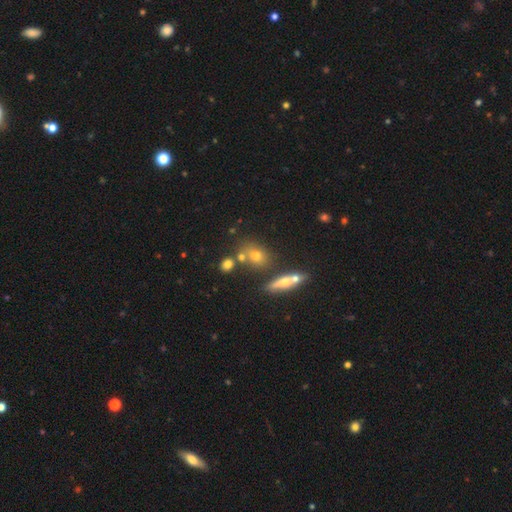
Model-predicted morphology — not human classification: Smooth or featured?
  - smooth: 62% *
  - featured or disk: 20%
  - star or artifact: 18%
How rounded?
  - round: 50% *
  - in between: 42%
  - cigar-shaped: 8%
Merging?
  - none: 62% *
  - merger: 21%
  - minor disturbance: 12%
  - major disturbance: 5%